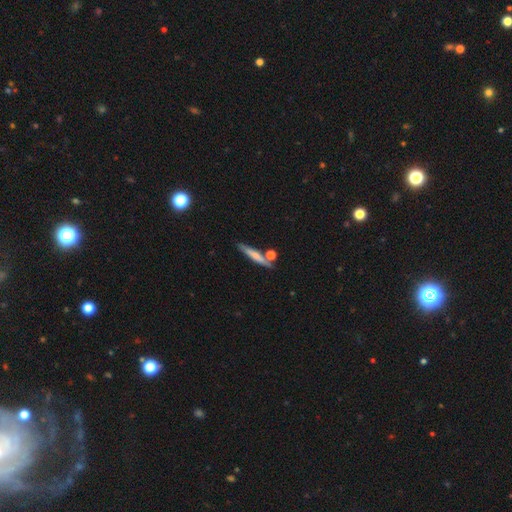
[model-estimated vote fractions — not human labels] This is possibly a smooth galaxy (56%). How rounded: clearly cigar-shaped (88%). Merging: likely none (72%).